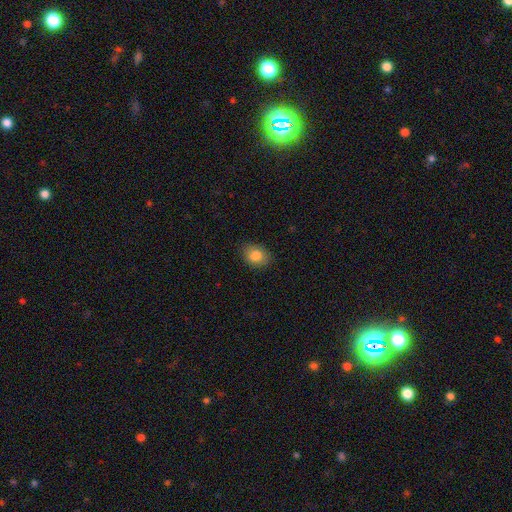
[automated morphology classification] smooth-or-featured: smooth: 83% | star or artifact: 9% | featured or disk: 9%
  how-rounded: in between: 63% | round: 35% | cigar-shaped: 1%
  merging: none: 84% | minor disturbance: 13% | major disturbance: 3% | merger: 1%